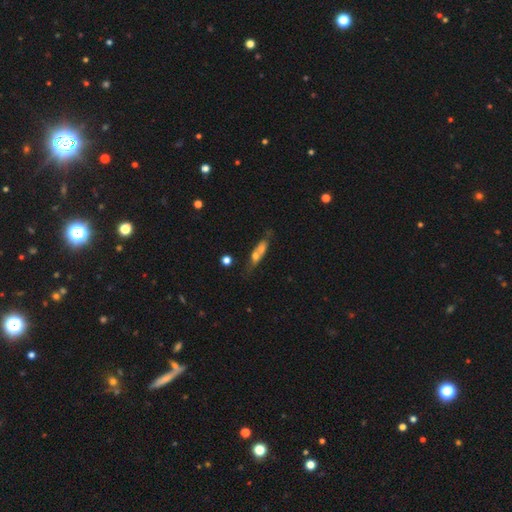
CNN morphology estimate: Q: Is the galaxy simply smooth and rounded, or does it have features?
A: smooth — 53%.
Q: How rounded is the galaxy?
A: cigar-shaped — 54%.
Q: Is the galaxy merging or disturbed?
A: none — 41%.